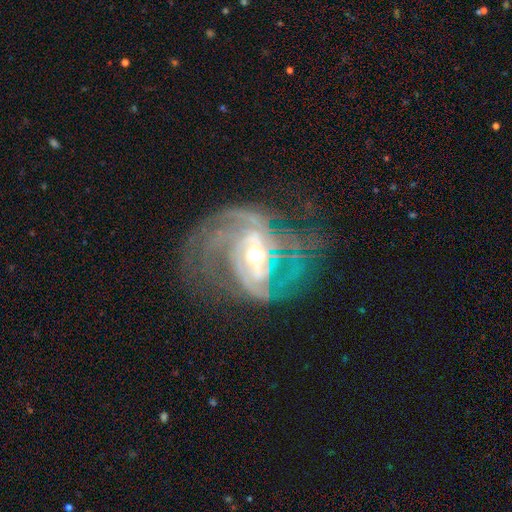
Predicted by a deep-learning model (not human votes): Q: Smooth or featured?
A: featured or disk (87%); runner-up: star or artifact (7%)
Q: Edge-on disk?
A: no (96%); runner-up: yes (4%)
Q: Bar?
A: no (43%); runner-up: weak (34%)
Q: Spiral arms?
A: yes (92%); runner-up: no (8%)
Q: Spiral winding?
A: medium (42%); runner-up: tight (35%)
Q: Spiral arm count?
A: 2 (36%); runner-up: can't tell (24%)
Q: Bulge size?
A: moderate (66%); runner-up: small (23%)
Q: Merging?
A: none (46%); runner-up: major disturbance (32%)